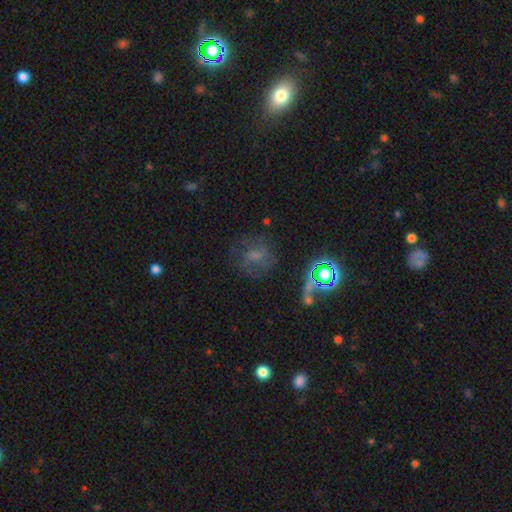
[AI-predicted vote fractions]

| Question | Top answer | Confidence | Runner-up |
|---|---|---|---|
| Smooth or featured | smooth | 40% | featured or disk (38%) |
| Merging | none | 59% | minor disturbance (19%) |